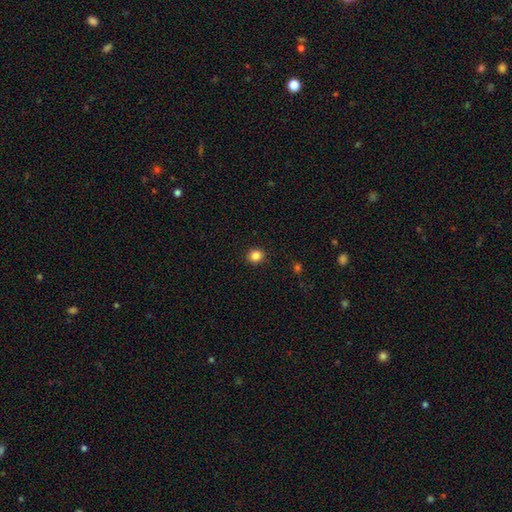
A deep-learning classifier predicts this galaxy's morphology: A smooth galaxy with no disk features (84%) that is round (85%). Merging: none (92%).